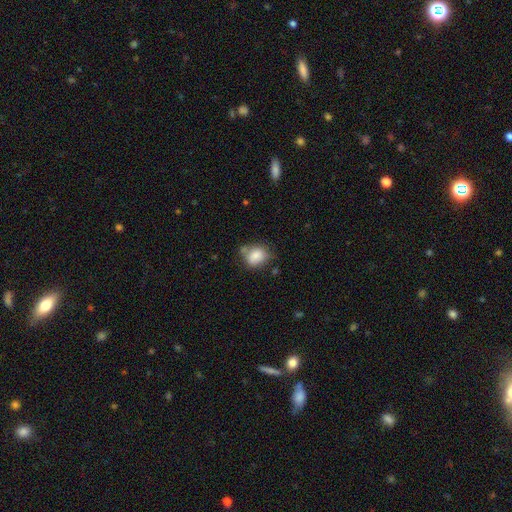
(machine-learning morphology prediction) A smooth galaxy with no disk features (82%) that is in between round and cigar-shaped (54%). Merging: none (52%).